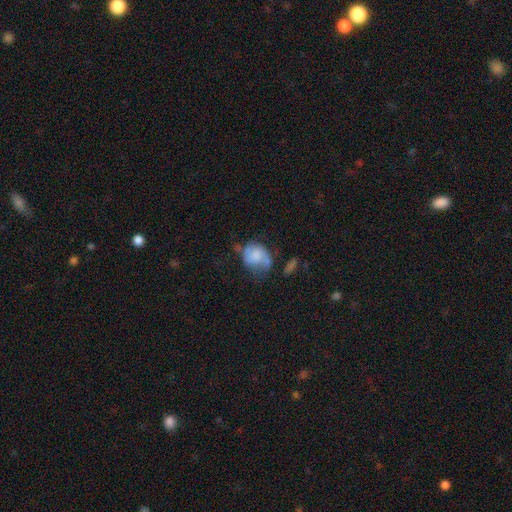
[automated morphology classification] A smooth galaxy with no disk features (57%) that is round (51%).

Vote fractions:
- Smooth or featured? smooth: 57% / featured or disk: 34% / star or artifact: 9%
- How rounded? round: 51% / in between: 48% / cigar-shaped: 1%
- Merging? none: 33% / minor disturbance: 30% / major disturbance: 26% / merger: 11%